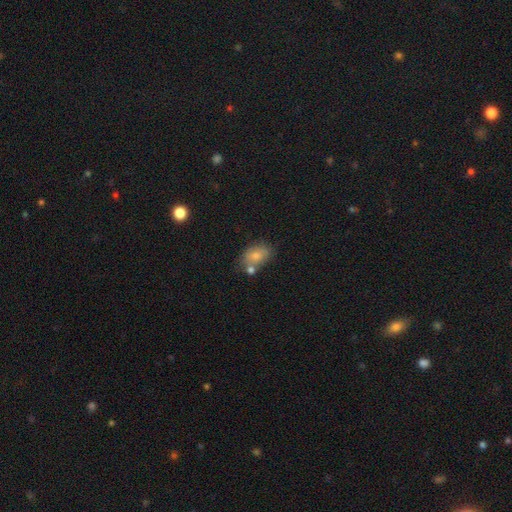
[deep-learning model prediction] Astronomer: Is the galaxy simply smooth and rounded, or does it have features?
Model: smooth — 78%.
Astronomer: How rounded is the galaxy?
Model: in between — 82%.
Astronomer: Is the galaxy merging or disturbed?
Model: none — 54%.